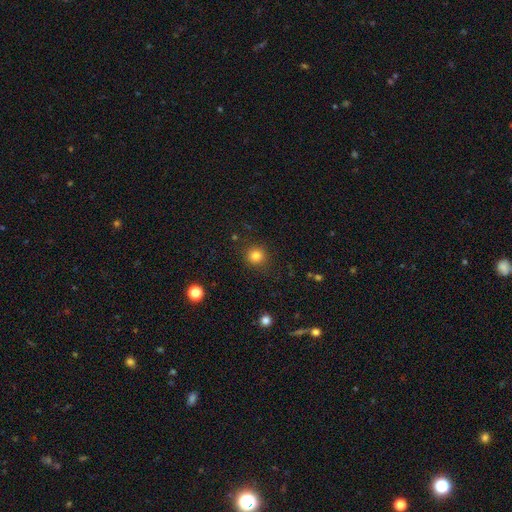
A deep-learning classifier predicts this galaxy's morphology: smooth_or_featured: smooth (p=0.83) [alt: star or artifact p=0.13]
how_rounded: round (p=0.93) [alt: in between p=0.06]
merging: none (p=0.89) [alt: minor disturbance p=0.07]